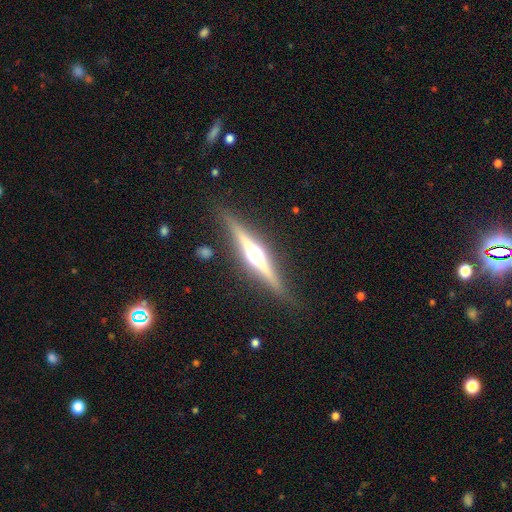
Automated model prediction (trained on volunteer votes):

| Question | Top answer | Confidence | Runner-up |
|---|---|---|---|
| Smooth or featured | featured or disk | 81% | smooth (13%) |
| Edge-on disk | yes | 98% | no (2%) |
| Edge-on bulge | rounded | 94% | boxy (4%) |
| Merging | none | 88% | minor disturbance (9%) |